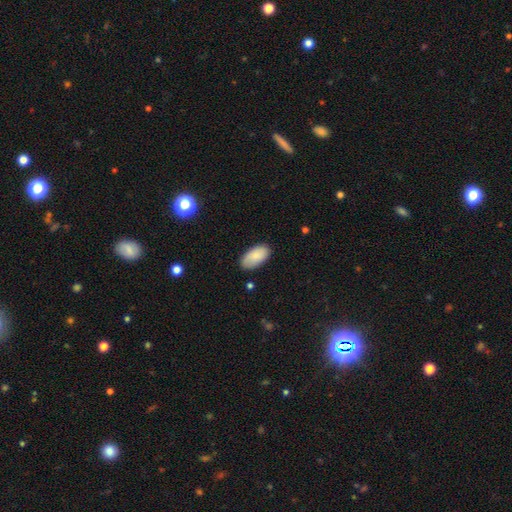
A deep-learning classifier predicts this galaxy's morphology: The model was most divided on "merging": none: 83%, minor disturbance: 13%, major disturbance: 2%, merger: 1%. More confident: how rounded — in between (95%); smooth or featured — smooth (85%).